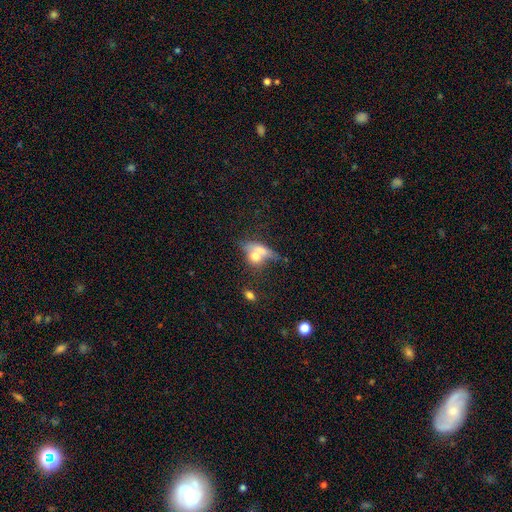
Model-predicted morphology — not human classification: smooth-or-featured: smooth: 61% | featured or disk: 29% | star or artifact: 10%
  how-rounded: in between: 52% | round: 37% | cigar-shaped: 11%
  merging: merger: 53% | none: 23% | major disturbance: 13% | minor disturbance: 12%